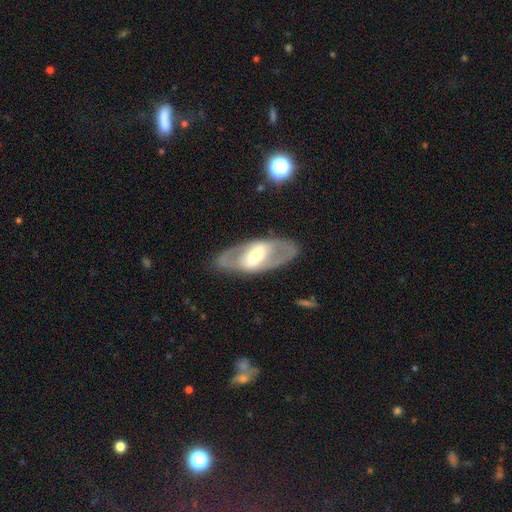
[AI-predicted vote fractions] Overall: featured or disk (71%). Edge-on disk: no (85%). Bar: strong (53%; weak 30%). Spiral arms: no (59%; yes 41%). Bulge size: moderate (51%; small 26%). Merging: none (82%).